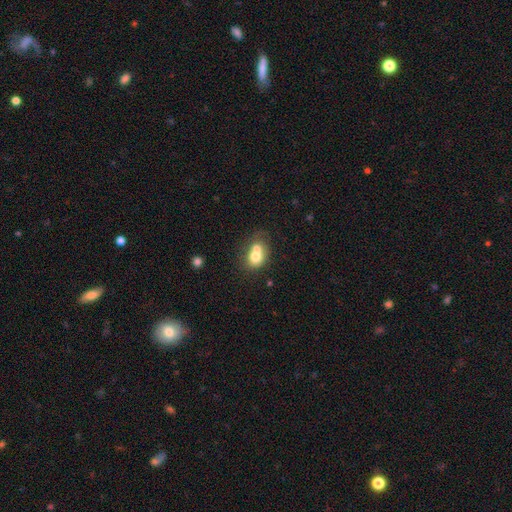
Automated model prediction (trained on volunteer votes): A smooth galaxy with no disk features (70%) that is in between round and cigar-shaped (50%).

Vote fractions:
- Smooth or featured? smooth: 70% / featured or disk: 21% / star or artifact: 9%
- How rounded? in between: 50% / round: 49% / cigar-shaped: 1%
- Merging? merger: 61% / none: 26% / minor disturbance: 9% / major disturbance: 5%